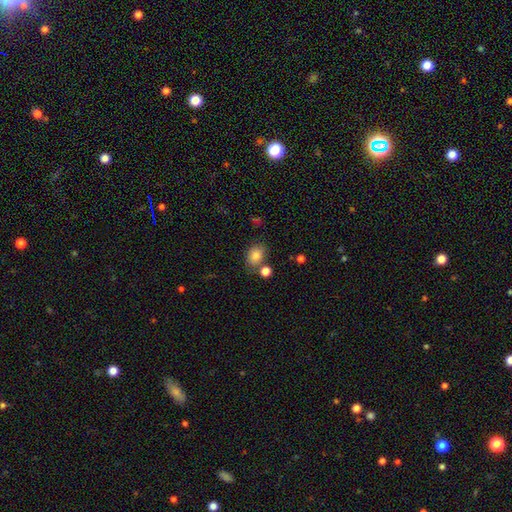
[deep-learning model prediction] Smooth or featured? Predicted: smooth (p=0.83). How rounded? Predicted: in between (p=0.65). Merging? Predicted: none (p=0.71).